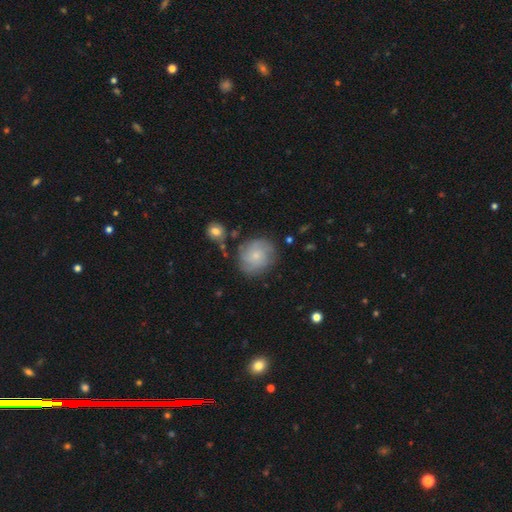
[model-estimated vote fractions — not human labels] Smooth or featured: smooth — 50% (featured or disk — 41%)
How rounded: round — 77% (in between — 22%)
Merging: none — 75% (minor disturbance — 16%)